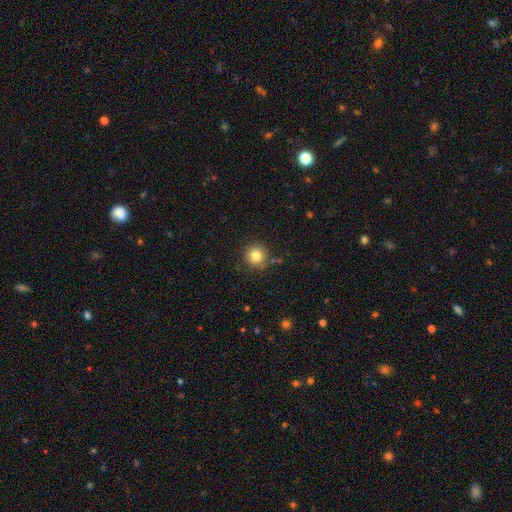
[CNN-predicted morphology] This is clearly a smooth galaxy (83%). How rounded: clearly round (94%). Merging: clearly none (87%).